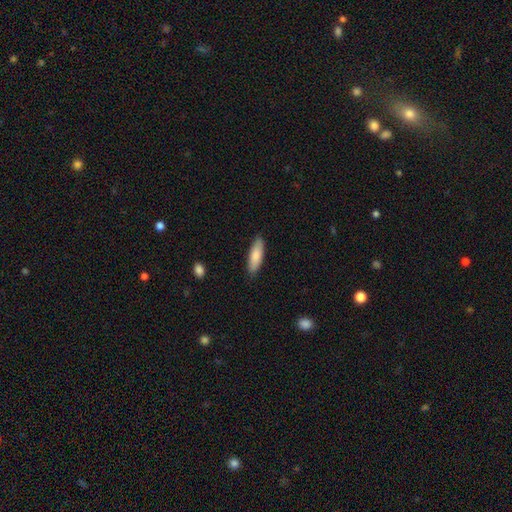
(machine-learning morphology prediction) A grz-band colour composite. It shows a smooth galaxy with no disk features (84%) that is in between round and cigar-shaped (51%). Merging: none (87%).